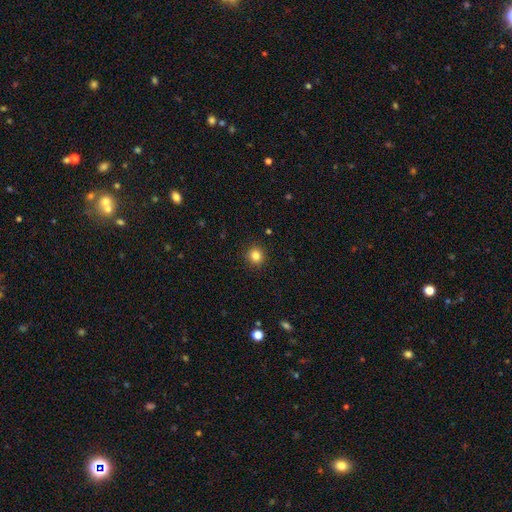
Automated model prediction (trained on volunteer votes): Overall: smooth (84%). How rounded: round (91%). Merging: none (91%).